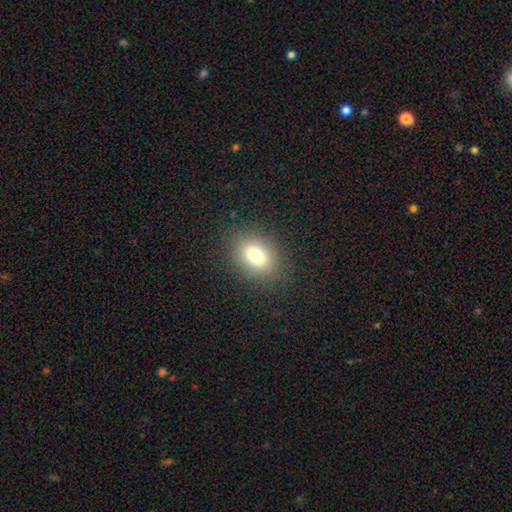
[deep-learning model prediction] Morphology: type=smooth (76%); roundness=in between (64%); merging=none (85%).